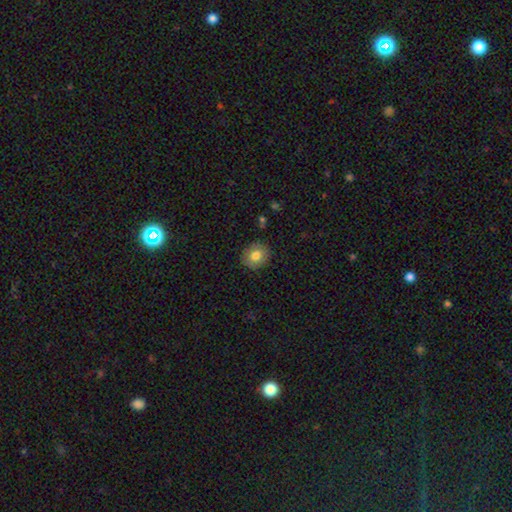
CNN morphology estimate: Smooth or featured? Predicted: smooth (p=0.78). How rounded? Predicted: round (p=0.71). Merging? Predicted: none (p=0.87).